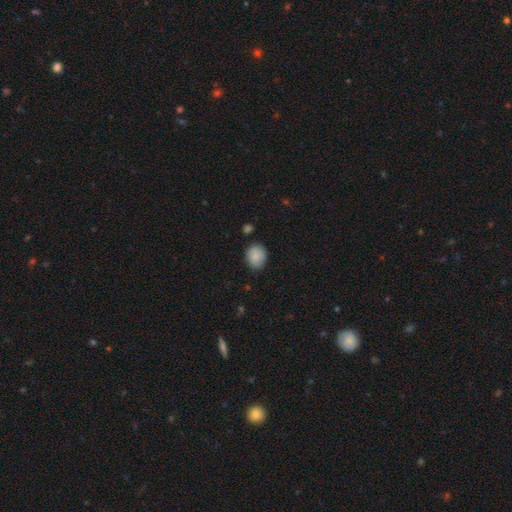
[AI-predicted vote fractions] Smooth or featured? smooth (84%)
How rounded? round (62%)
Merging? none (79%)